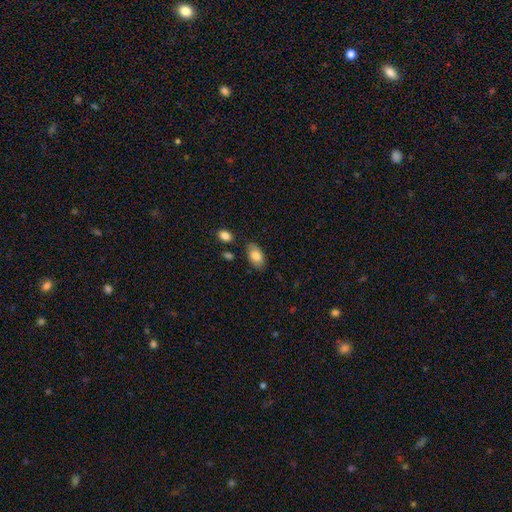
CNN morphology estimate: smooth 80%, featured or disk 14%, star or artifact 7%. Down the decision tree: how rounded — in between (93%); merging — none (76%).